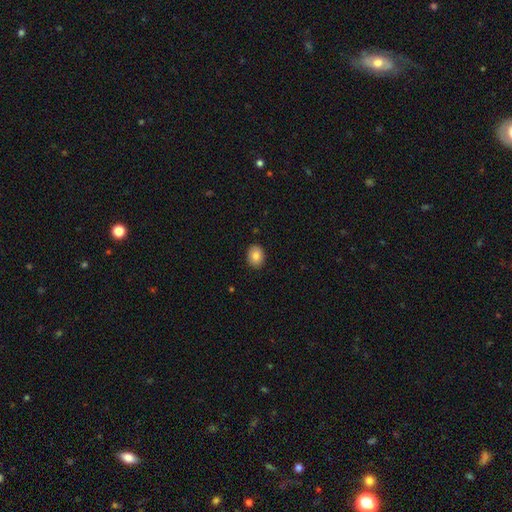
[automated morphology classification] This appears to be a smooth galaxy with no disk features (85%) that is in between round and cigar-shaped (53%). Merging: none (90%).